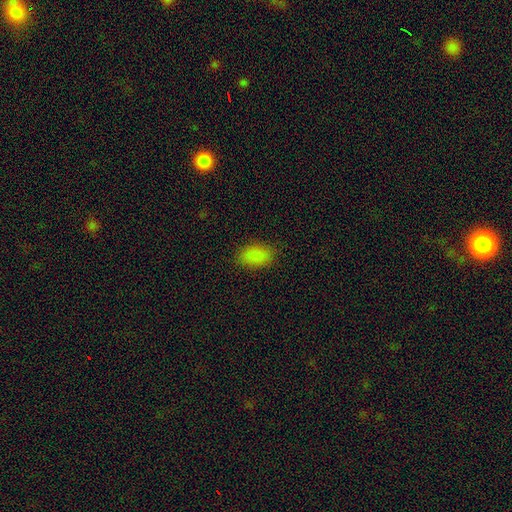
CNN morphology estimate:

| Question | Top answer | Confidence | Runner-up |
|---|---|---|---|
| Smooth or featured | smooth | 86% | star or artifact (10%) |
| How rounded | in between | 90% | round (8%) |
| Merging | none | 84% | minor disturbance (12%) |